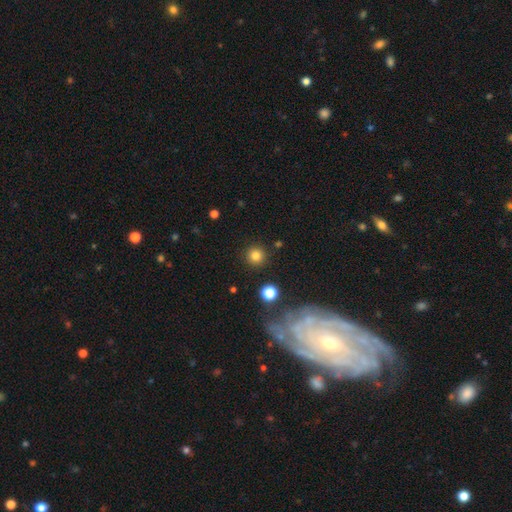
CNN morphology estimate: This is clearly a smooth galaxy (81%). How rounded: clearly round (95%). Merging: clearly none (90%).